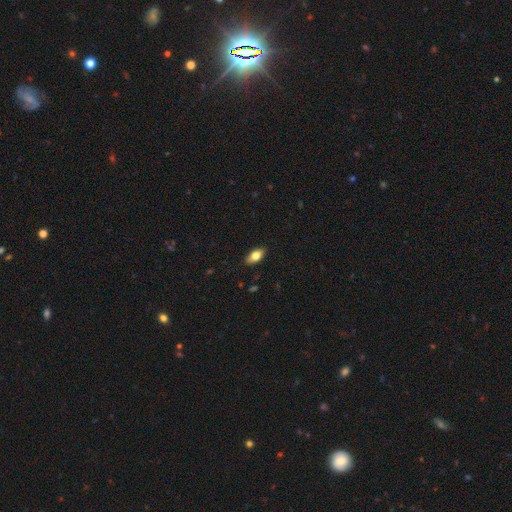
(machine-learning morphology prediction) This appears to be a smooth galaxy with no disk features (74%) that is in between round and cigar-shaped (87%). Merging: none (88%).